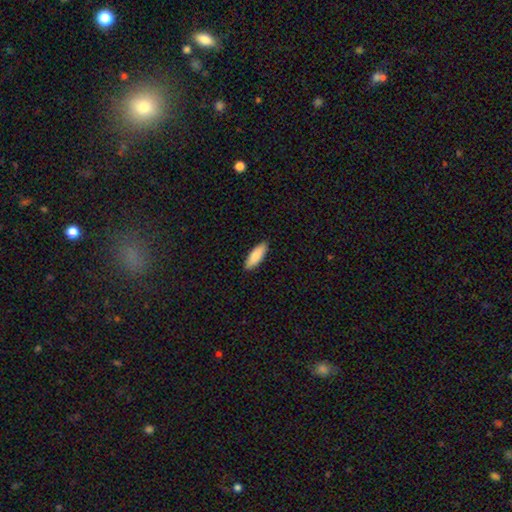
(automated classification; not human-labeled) The model was most divided on "how rounded": in between: 62%, cigar-shaped: 36%, round: 2%. More confident: merging — none (90%); smooth or featured — smooth (85%).